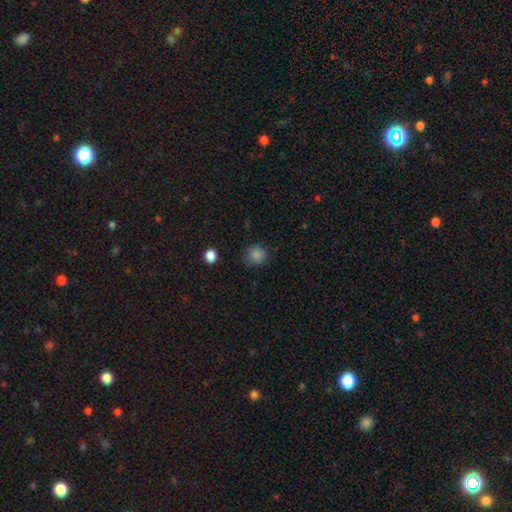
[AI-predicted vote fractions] This is clearly a smooth galaxy (84%). How rounded: clearly round (91%). Merging: clearly none (86%).